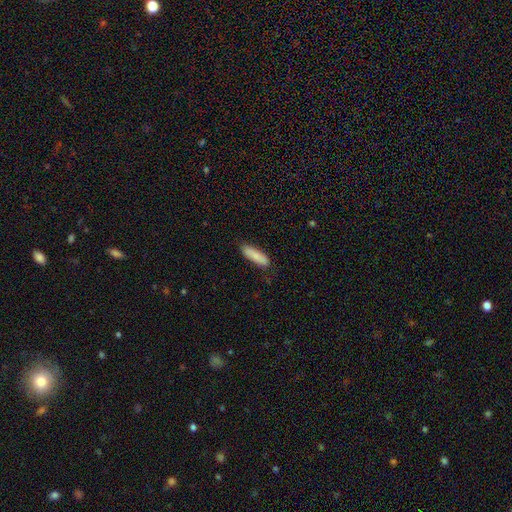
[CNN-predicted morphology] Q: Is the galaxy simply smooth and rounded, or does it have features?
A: smooth — 84%.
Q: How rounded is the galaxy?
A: cigar-shaped — 61%.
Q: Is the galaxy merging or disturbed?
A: none — 83%.